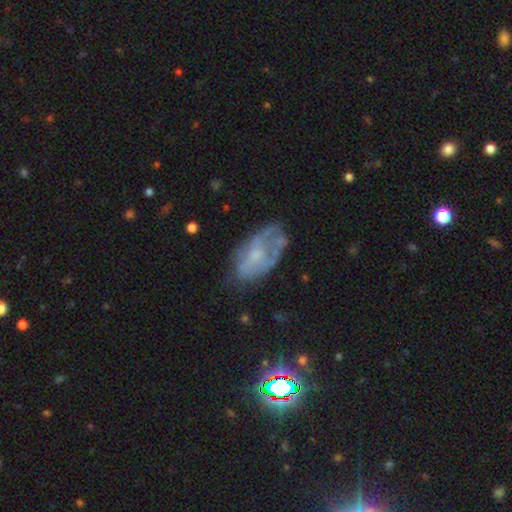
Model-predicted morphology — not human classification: type=featured or disk (57%); edge-on=no (94%); bar=no (74%); spiral arms=no (55%); bulge=small (46%); merging=none (52%).